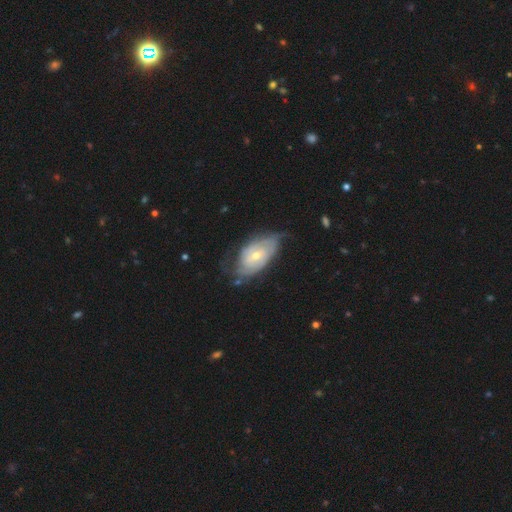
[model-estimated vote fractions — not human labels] This is likely a featured or disk galaxy (72%). It is clearly not viewed edge-on (93%). Bar: likely no (67%). Spiral arm pattern: clearly yes (84%). Spiral arm count: marginally can't tell (44%). Spiral winding: likely tight (62%). Central bulge: possibly small (49%). Merging: possibly none (57%).